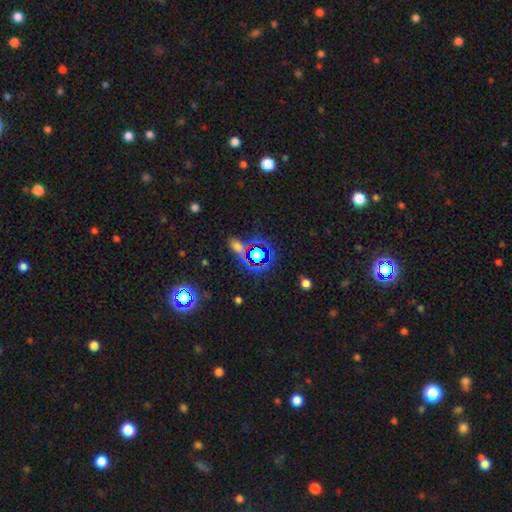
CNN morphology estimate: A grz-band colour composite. It shows a star or artifact, not a galaxy (75%).